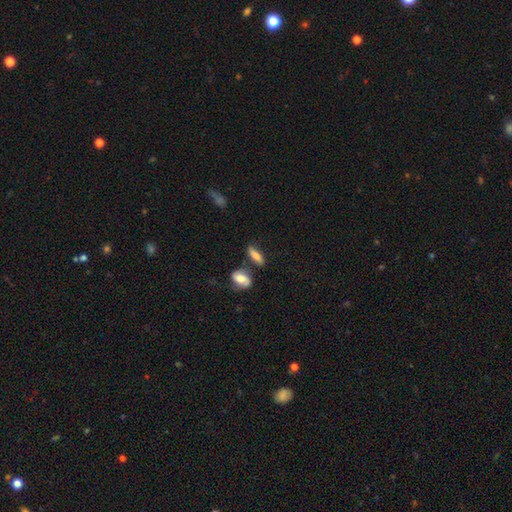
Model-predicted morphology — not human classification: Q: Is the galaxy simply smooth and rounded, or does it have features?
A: smooth — 70%.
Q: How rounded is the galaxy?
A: in between — 49%.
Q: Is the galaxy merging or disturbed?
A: none — 64%.